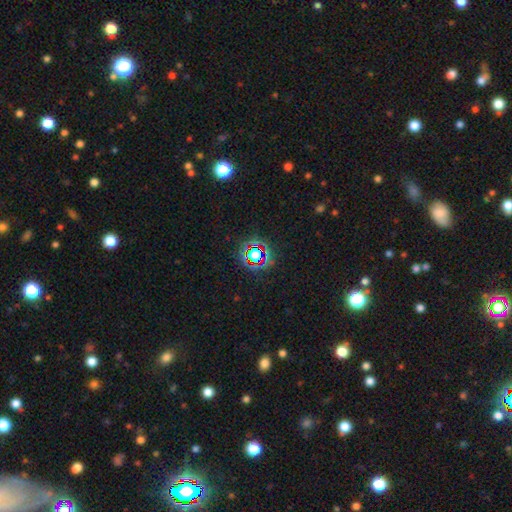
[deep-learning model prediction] Smooth or featured? star or artifact (70%)